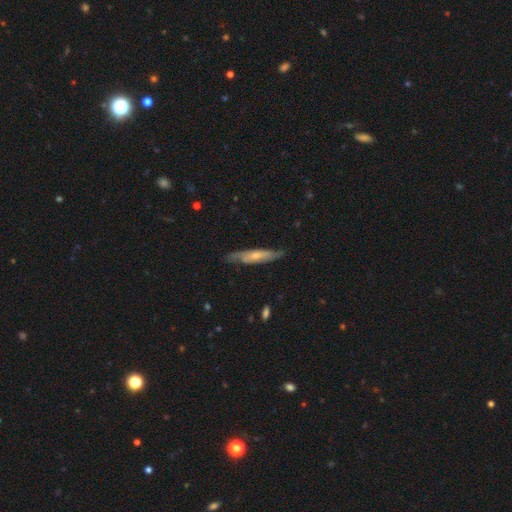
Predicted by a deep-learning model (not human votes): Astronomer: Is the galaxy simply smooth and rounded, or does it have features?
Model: featured or disk — 54% (runner-up: smooth, 41%).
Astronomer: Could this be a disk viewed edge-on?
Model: yes — 61% (runner-up: no, 39%).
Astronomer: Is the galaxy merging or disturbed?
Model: none — 77%.